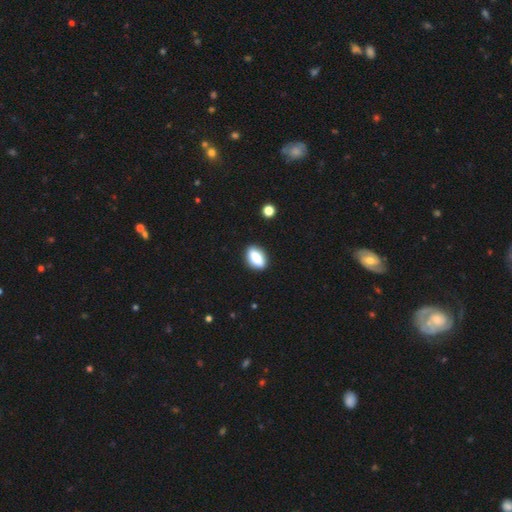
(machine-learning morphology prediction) type=smooth (84%); roundness=in between (88%); merging=none (86%).